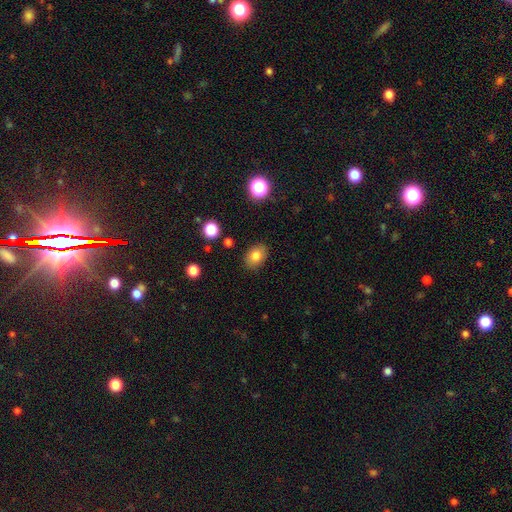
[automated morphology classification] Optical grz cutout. It shows a smooth galaxy with no disk features (80%) that is in between round and cigar-shaped (69%). Merging: none (86%).